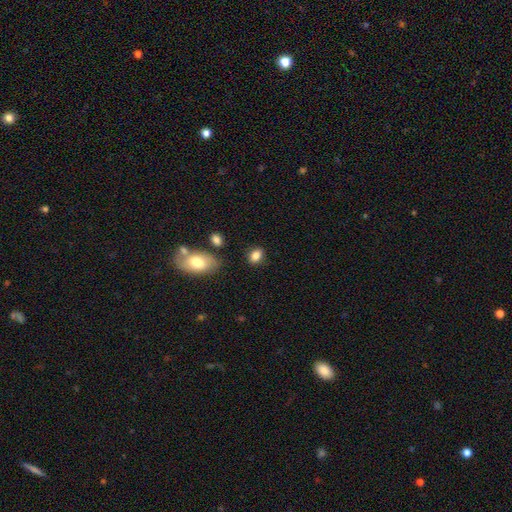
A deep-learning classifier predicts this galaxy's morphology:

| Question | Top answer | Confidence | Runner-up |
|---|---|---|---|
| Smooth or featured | smooth | 84% | star or artifact (9%) |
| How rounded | in between | 74% | round (24%) |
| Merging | none | 81% | minor disturbance (12%) |